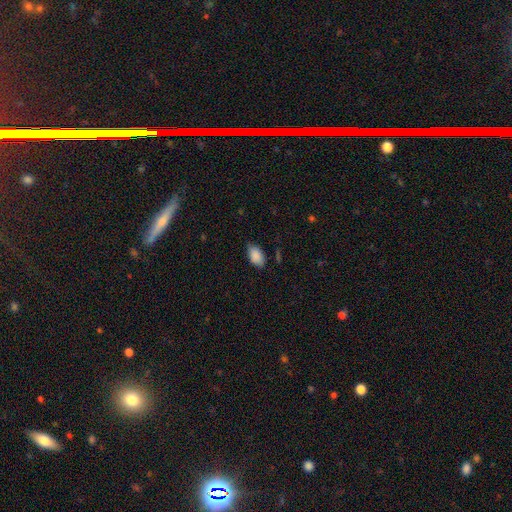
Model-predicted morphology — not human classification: Smooth or featured: smooth — 88% (star or artifact — 7%)
How rounded: in between — 93% (round — 5%)
Merging: none — 75% (minor disturbance — 20%)